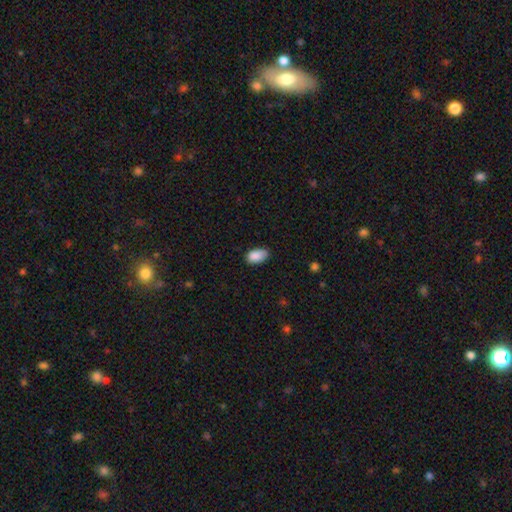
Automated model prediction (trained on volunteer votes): A smooth galaxy with no disk features (89%) that is in between round and cigar-shaped (94%). Merging: none (77%).